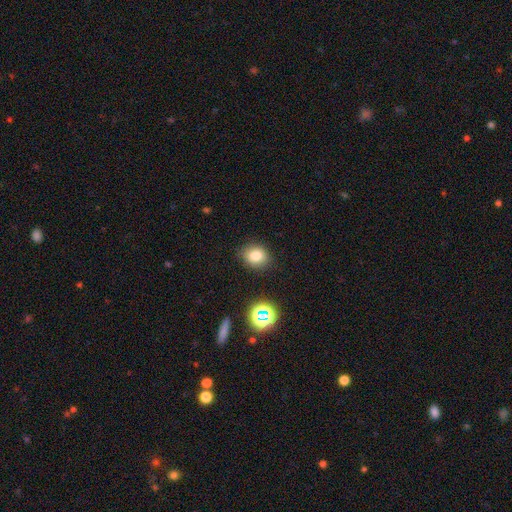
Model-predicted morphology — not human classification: This appears to be a smooth galaxy with no disk features (78%) that is round (62%). Merging: none (83%).